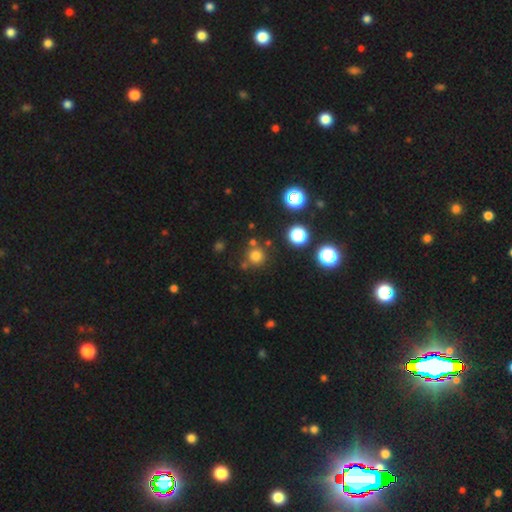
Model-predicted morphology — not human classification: Smooth or featured: smooth — 72% (star or artifact — 21%)
How rounded: round — 93% (in between — 6%)
Merging: none — 79% (merger — 9%)